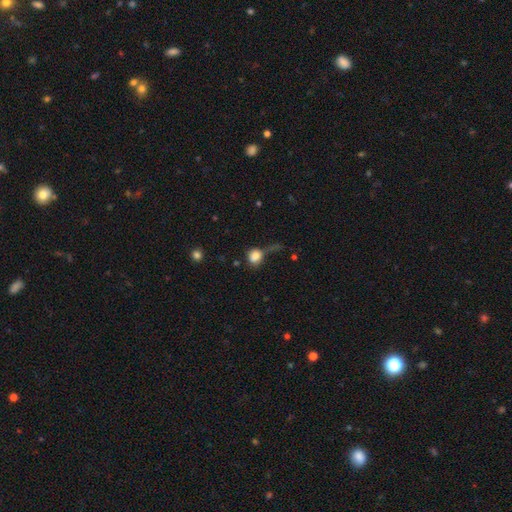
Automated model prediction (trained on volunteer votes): Smooth or featured? Predicted: smooth (p=0.79). How rounded? Predicted: round (p=0.72). Merging? Predicted: none (p=0.37).